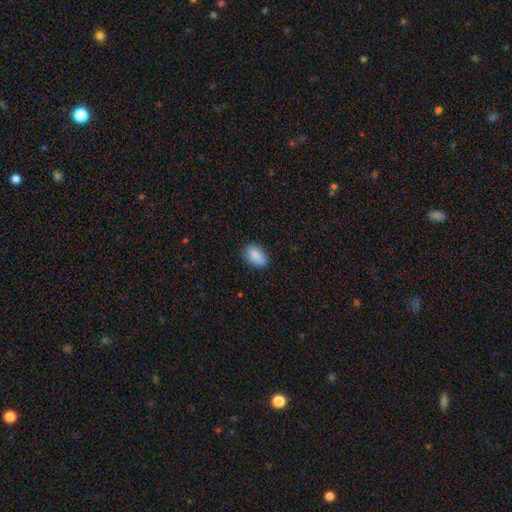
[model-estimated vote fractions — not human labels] Q: Smooth or featured?
A: smooth (89%); runner-up: star or artifact (7%)
Q: How rounded?
A: in between (89%); runner-up: round (9%)
Q: Merging?
A: none (82%); runner-up: minor disturbance (14%)